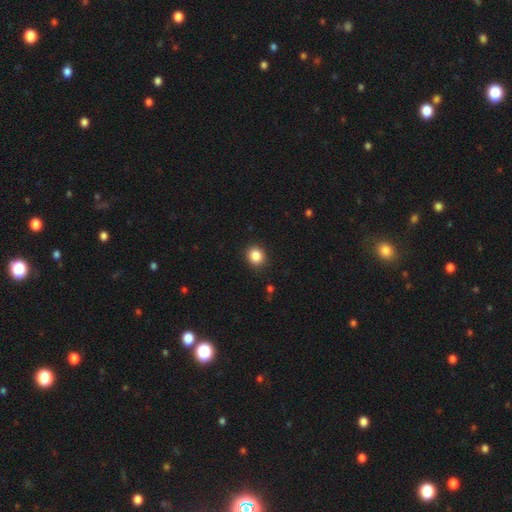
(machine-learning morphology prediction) The model was most divided on "how rounded": round: 80%, in between: 19%, cigar-shaped: 1%. More confident: merging — none (91%); smooth or featured — smooth (86%).